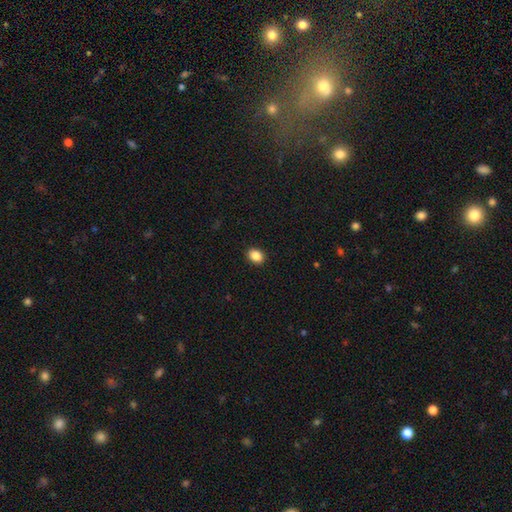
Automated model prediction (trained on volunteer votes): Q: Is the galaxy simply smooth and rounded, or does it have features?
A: smooth — 87%.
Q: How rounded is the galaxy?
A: in between — 57%.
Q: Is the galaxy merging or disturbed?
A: none — 91%.